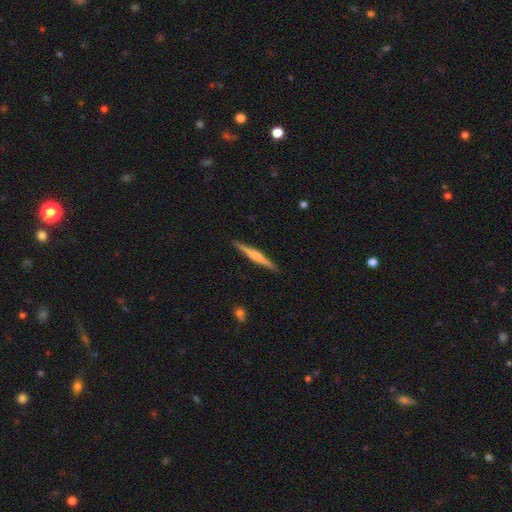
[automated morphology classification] smooth-or-featured: featured or disk: 60% | smooth: 35% | star or artifact: 6%
  disk-edge-on: yes: 98% | no: 2%
    edge-on-bulge: rounded: 56% | boxy: 22% | none: 22%
  merging: none: 91% | minor disturbance: 7% | major disturbance: 1% | merger: 1%